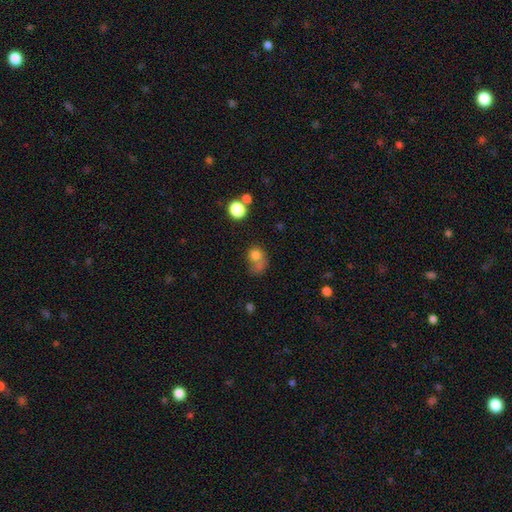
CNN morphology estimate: Smooth or featured: smooth — 74% (featured or disk — 13%)
How rounded: round — 64% (in between — 35%)
Merging: merger — 31% (none — 30%)